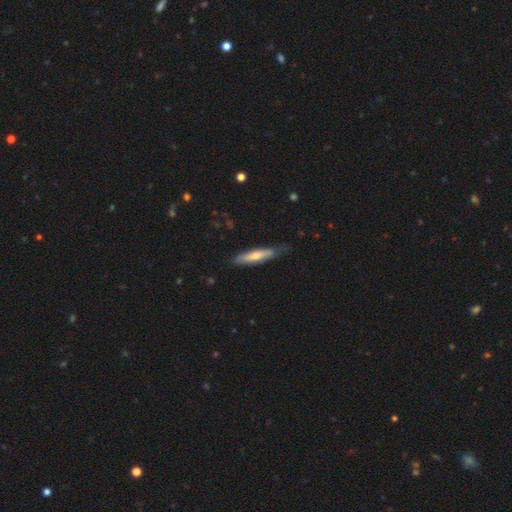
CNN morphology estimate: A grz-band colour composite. It shows a smooth galaxy with no disk features (58%) that is cigar-shaped (80%). Merging: none (68%).